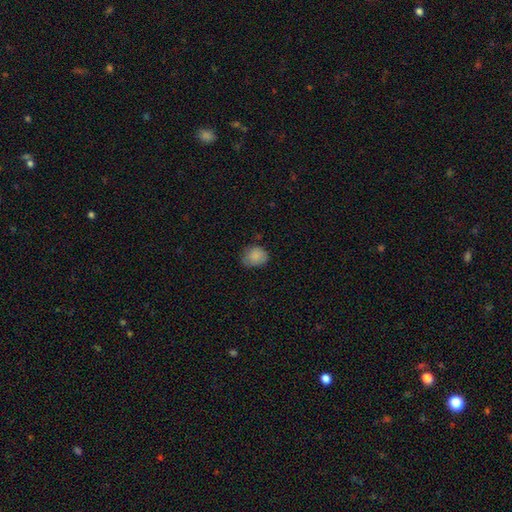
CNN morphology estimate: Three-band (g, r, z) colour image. It shows a smooth galaxy with no disk features (85%) that is round (61%). Merging: none (63%).